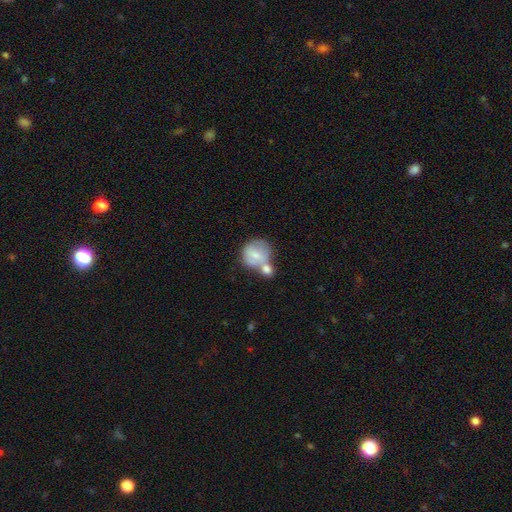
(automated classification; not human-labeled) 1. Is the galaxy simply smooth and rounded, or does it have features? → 64% smooth, 29% featured or disk, 7% star or artifact.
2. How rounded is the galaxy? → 79% round, 20% in between, 1% cigar-shaped.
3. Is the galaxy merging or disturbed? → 54% merger, 26% none, 13% minor disturbance, 7% major disturbance.